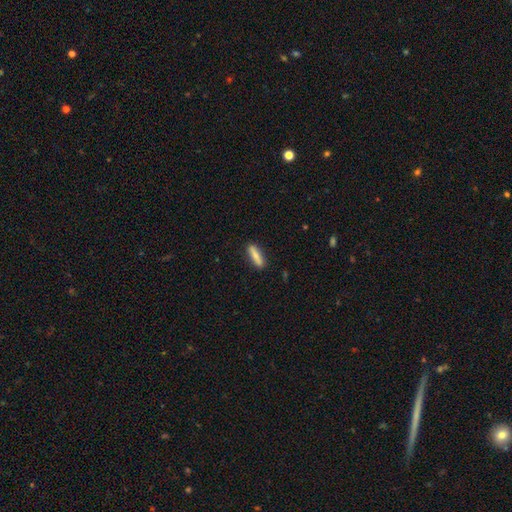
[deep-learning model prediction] smooth-or-featured: smooth: 71% | featured or disk: 23% | star or artifact: 7%
  how-rounded: cigar-shaped: 75% | in between: 22% | round: 2%
  merging: none: 88% | minor disturbance: 9% | major disturbance: 2% | merger: 1%